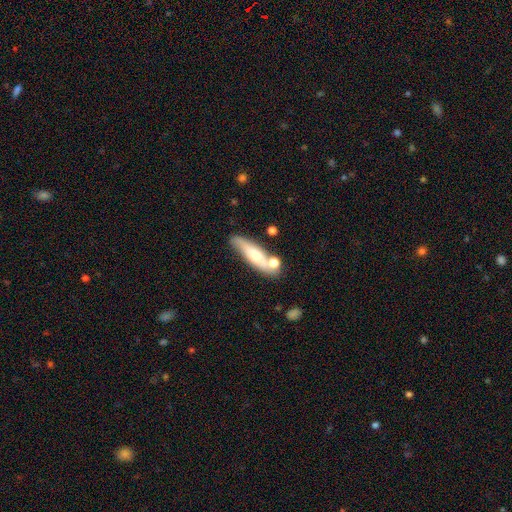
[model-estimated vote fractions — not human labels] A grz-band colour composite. It shows a smooth galaxy with no disk features (56%) that is cigar-shaped (65%). Merging: none (60%).